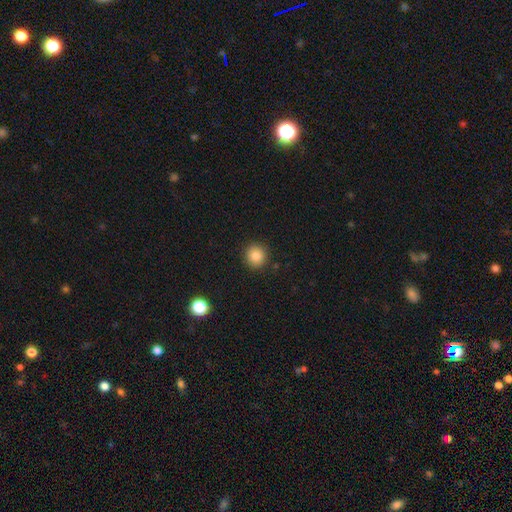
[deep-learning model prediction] Overall: smooth (85%). How rounded: round (92%). Merging: none (91%).